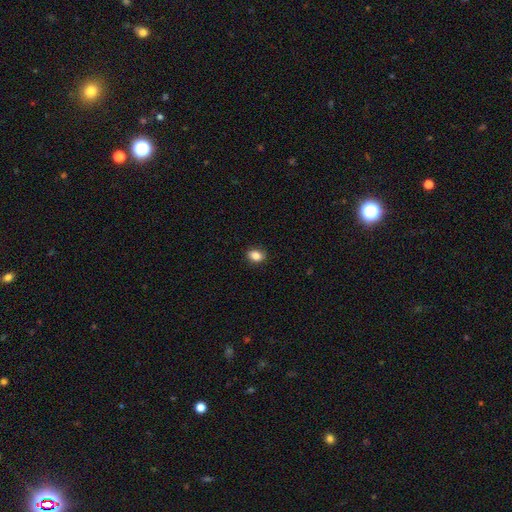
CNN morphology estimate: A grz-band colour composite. It shows a smooth galaxy with no disk features (86%) that is in between round and cigar-shaped (68%). Merging: none (87%).